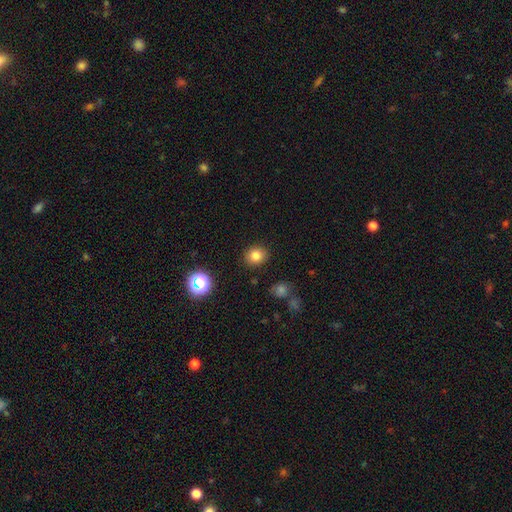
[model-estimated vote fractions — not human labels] smooth_or_featured: smooth (p=0.80) [alt: star or artifact p=0.13]
how_rounded: round (p=0.74) [alt: in between p=0.26]
merging: none (p=0.89) [alt: minor disturbance p=0.07]